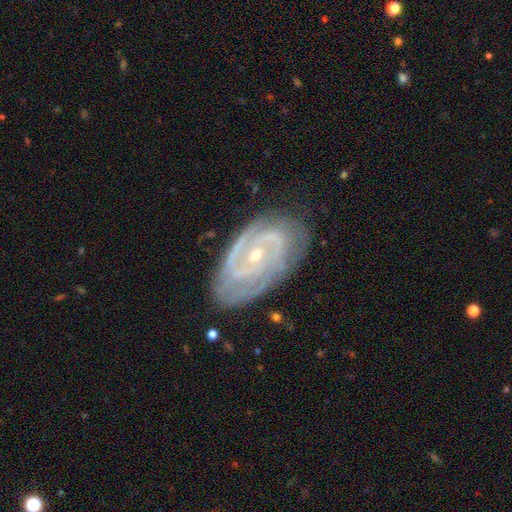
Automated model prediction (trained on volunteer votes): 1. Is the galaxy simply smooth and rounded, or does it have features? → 89% featured or disk, 6% smooth, 5% star or artifact.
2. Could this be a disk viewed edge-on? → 96% no, 4% yes.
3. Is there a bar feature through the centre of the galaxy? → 50% no, 36% weak, 14% strong.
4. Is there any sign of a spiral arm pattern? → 97% yes, 3% no.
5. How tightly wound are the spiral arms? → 63% tight, 31% medium, 6% loose.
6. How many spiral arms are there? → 51% 2, 19% 3, 16% can't tell, 6% 4, 4% 1, 4% more than 4.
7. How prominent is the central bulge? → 70% small, 27% moderate, 1% none, 1% large, 1% dominant.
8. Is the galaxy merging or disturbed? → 75% none, 18% minor disturbance, 5% major disturbance, 2% merger.